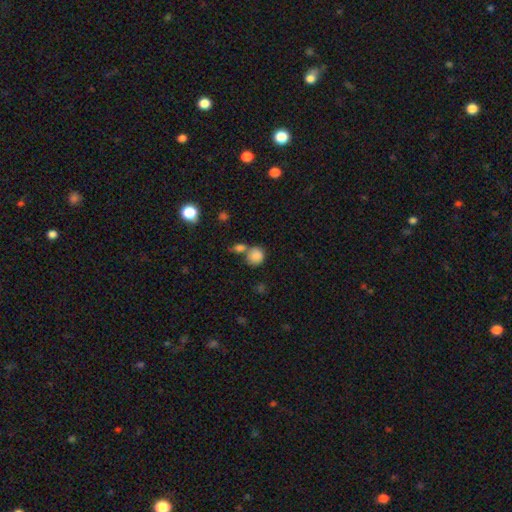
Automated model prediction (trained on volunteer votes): Overall: smooth (85%). How rounded: round (81%). Merging: none (50%; merger 35%).